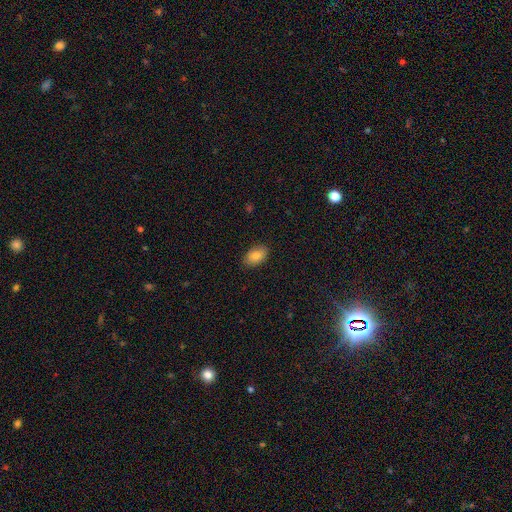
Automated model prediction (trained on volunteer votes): smooth_or_featured: smooth (p=0.84) [alt: featured or disk p=0.09]
how_rounded: in between (p=0.91) [alt: round p=0.08]
merging: none (p=0.88) [alt: minor disturbance p=0.09]